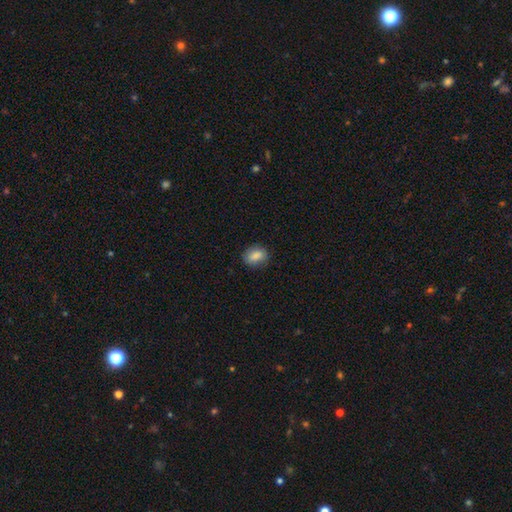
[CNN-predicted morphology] This appears to be a smooth galaxy with no disk features (85%) that is in between round and cigar-shaped (68%). Merging: none (81%).